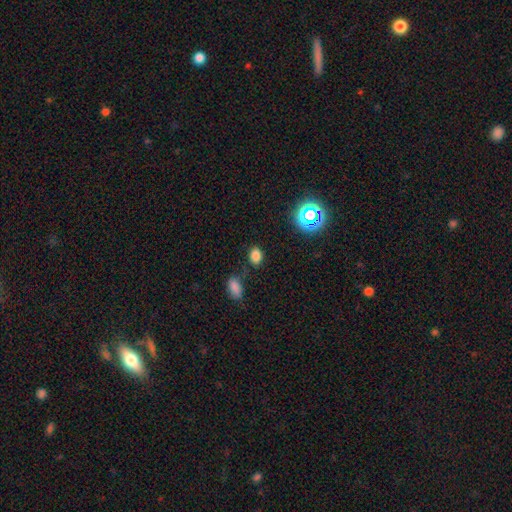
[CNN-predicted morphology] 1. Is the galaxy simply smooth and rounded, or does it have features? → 77% smooth, 18% star or artifact, 5% featured or disk.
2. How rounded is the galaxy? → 71% in between, 28% round, 1% cigar-shaped.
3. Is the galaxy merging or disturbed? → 77% none, 14% minor disturbance, 5% merger, 4% major disturbance.